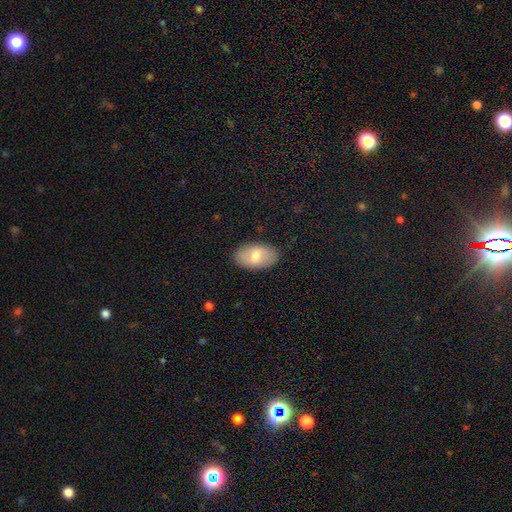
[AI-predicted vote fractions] smooth-or-featured: smooth: 68% | featured or disk: 26% | star or artifact: 6%
  how-rounded: in between: 93% | round: 5% | cigar-shaped: 2%
  merging: none: 87% | minor disturbance: 9% | major disturbance: 2% | merger: 1%